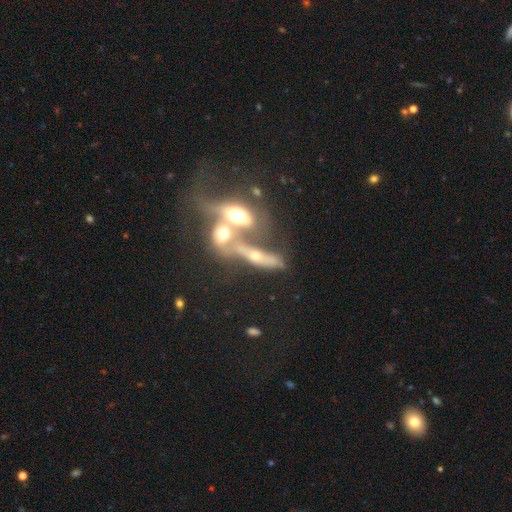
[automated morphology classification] This appears to be a featured or disk galaxy (51%) viewed edge-on (51%). Merging: merger (61%).